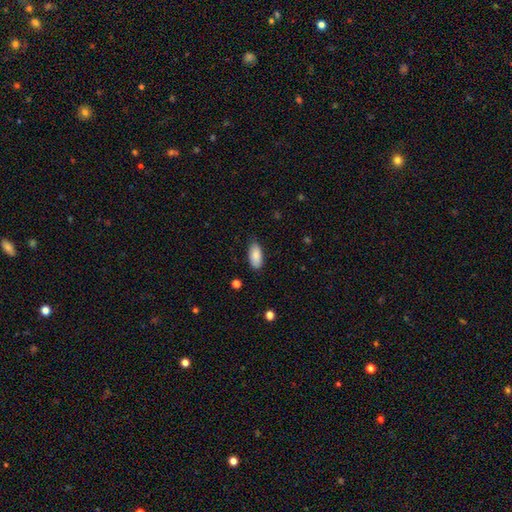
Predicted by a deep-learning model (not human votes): Smooth or featured?
  - smooth: 85% *
  - featured or disk: 8%
  - star or artifact: 7%
How rounded?
  - in between: 91% *
  - cigar-shaped: 7%
  - round: 2%
Merging?
  - none: 80% *
  - minor disturbance: 16%
  - major disturbance: 3%
  - merger: 1%